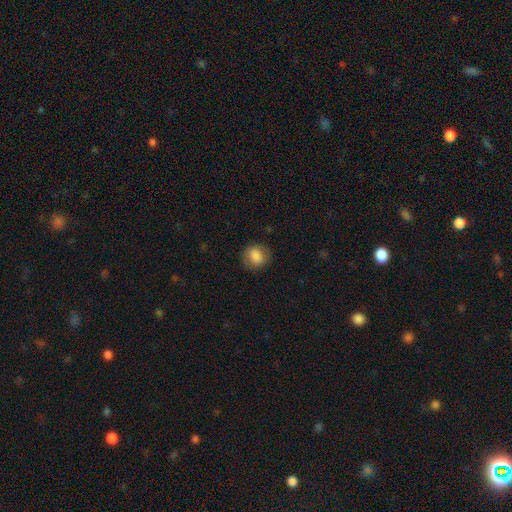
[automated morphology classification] Smooth or featured?
  - smooth: 81% *
  - featured or disk: 11%
  - star or artifact: 8%
How rounded?
  - round: 64% *
  - in between: 35%
  - cigar-shaped: 1%
Merging?
  - none: 81% *
  - minor disturbance: 13%
  - major disturbance: 5%
  - merger: 1%